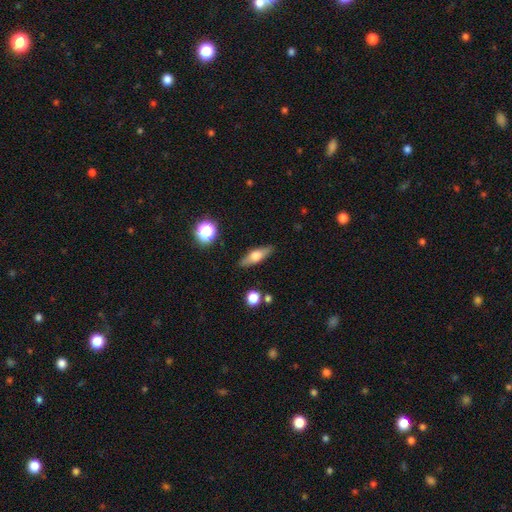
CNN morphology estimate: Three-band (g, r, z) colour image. It shows a smooth galaxy with no disk features (50%) that is cigar-shaped (48%). Merging: none (87%).